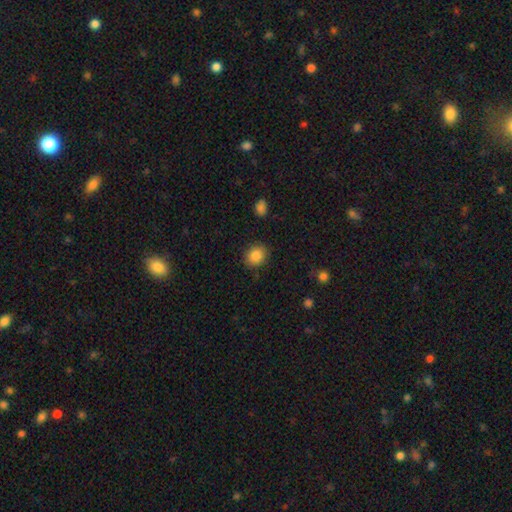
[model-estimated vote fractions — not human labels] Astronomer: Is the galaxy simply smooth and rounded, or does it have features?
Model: smooth — 86%.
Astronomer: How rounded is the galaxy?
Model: round — 67%.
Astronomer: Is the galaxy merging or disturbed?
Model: none — 88%.